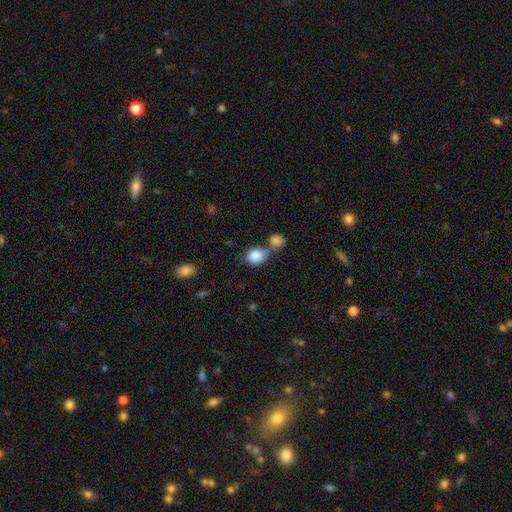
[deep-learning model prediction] A smooth galaxy with no disk features (84%) that is round (78%). Merging: merger (43%).